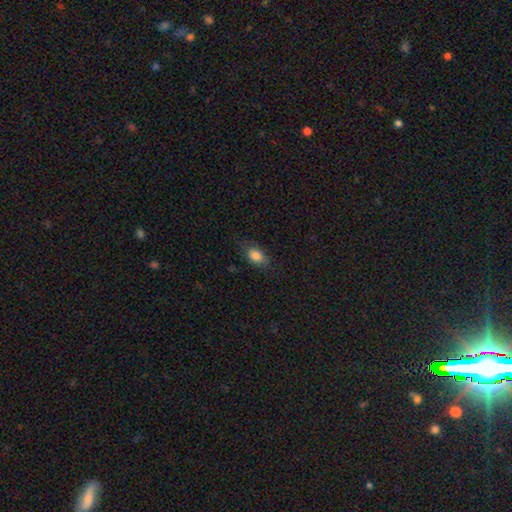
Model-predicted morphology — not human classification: smooth_or_featured: smooth (p=0.84) [alt: star or artifact p=0.09]
how_rounded: in between (p=0.87) [alt: round p=0.10]
merging: none (p=0.75) [alt: minor disturbance p=0.18]